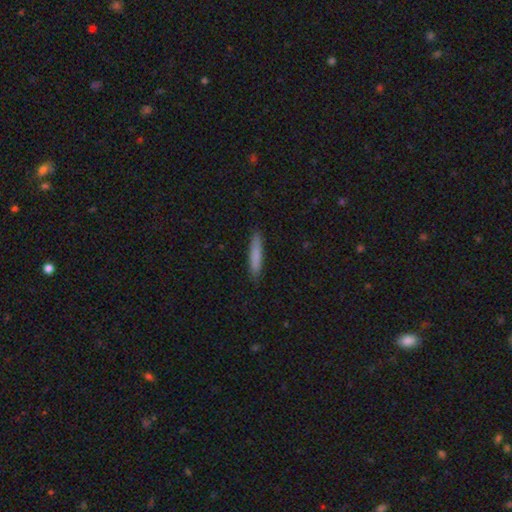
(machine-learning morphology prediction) Smooth or featured? Predicted: smooth (p=0.82). How rounded? Predicted: cigar-shaped (p=0.91). Merging? Predicted: none (p=0.89).